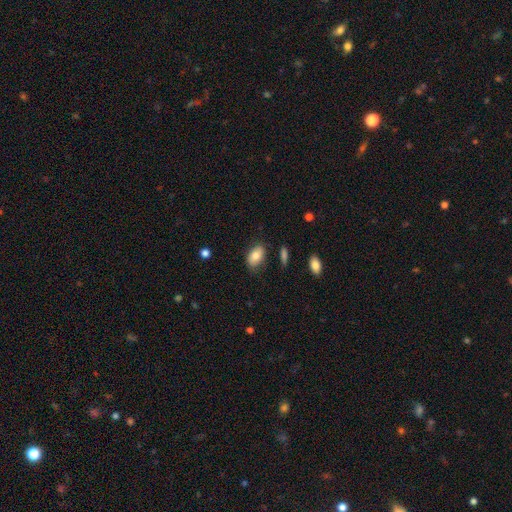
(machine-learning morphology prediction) A smooth galaxy with no disk features (81%) that is in between round and cigar-shaped (91%). Merging: none (80%).